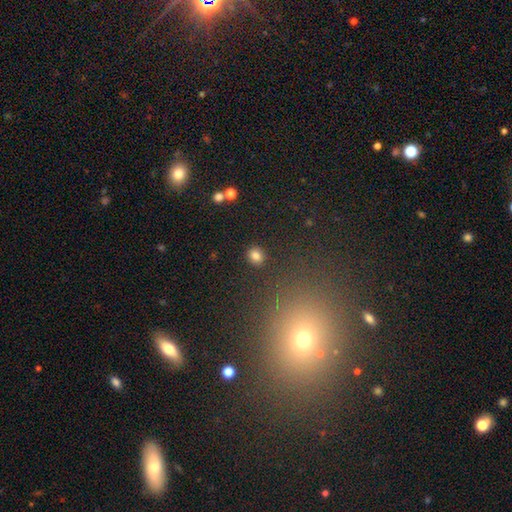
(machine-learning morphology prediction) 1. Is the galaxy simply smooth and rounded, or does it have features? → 82% smooth, 13% star or artifact, 5% featured or disk.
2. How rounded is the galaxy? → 75% round, 24% in between, 1% cigar-shaped.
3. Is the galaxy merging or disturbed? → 89% none, 7% minor disturbance, 2% major disturbance, 2% merger.